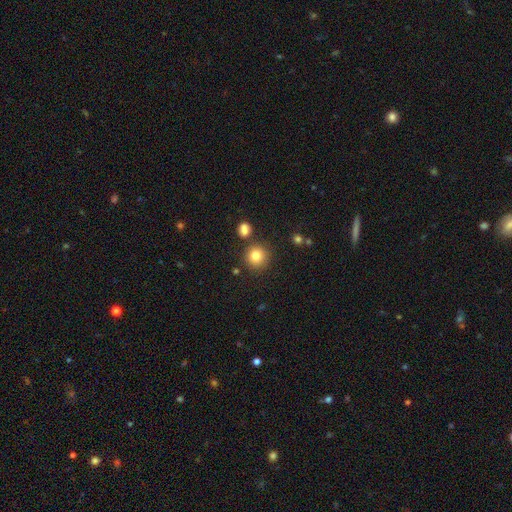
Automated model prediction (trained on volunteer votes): Smooth or featured?
  - smooth: 83% *
  - star or artifact: 11%
  - featured or disk: 6%
How rounded?
  - round: 93% *
  - in between: 6%
  - cigar-shaped: 1%
Merging?
  - none: 82% *
  - minor disturbance: 8%
  - merger: 7%
  - major disturbance: 3%